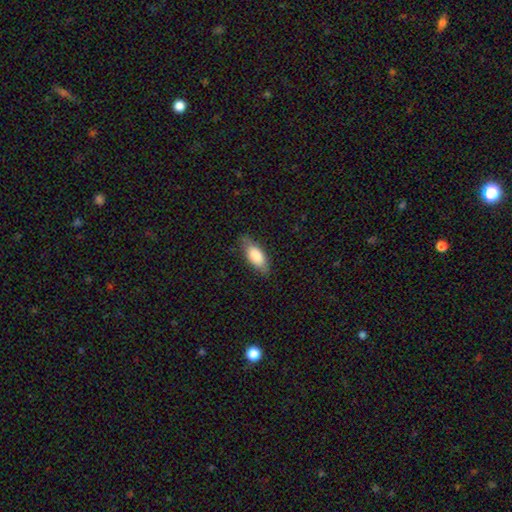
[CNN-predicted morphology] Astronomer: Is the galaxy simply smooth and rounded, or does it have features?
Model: smooth — 79%.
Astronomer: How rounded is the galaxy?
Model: in between — 81%.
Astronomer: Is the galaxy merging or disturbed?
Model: none — 78%.